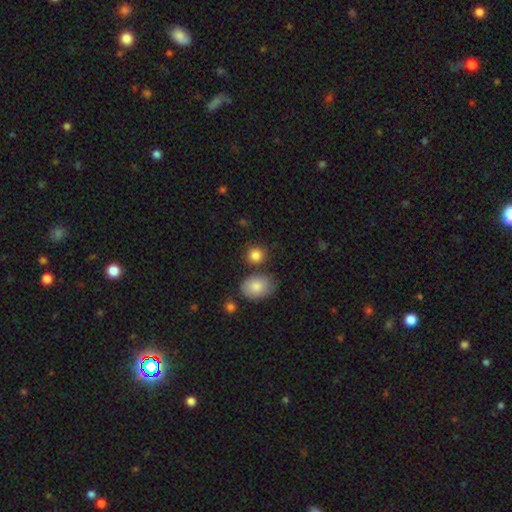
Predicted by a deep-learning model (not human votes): A smooth galaxy with no disk features (85%) that is round (79%). Merging: none (76%).